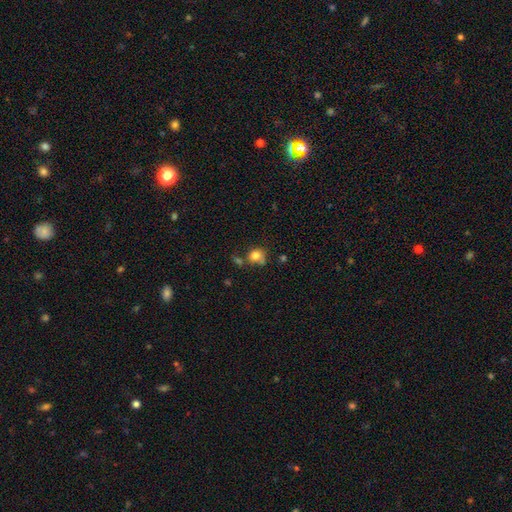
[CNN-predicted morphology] smooth 80%, star or artifact 11%, featured or disk 9%. Down the decision tree: how rounded — round (77%); merging — none (51%).